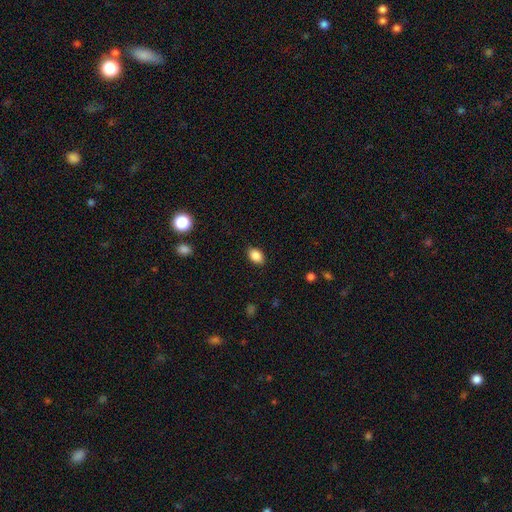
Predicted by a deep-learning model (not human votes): Overall: smooth (87%). How rounded: in between (86%). Merging: none (88%).